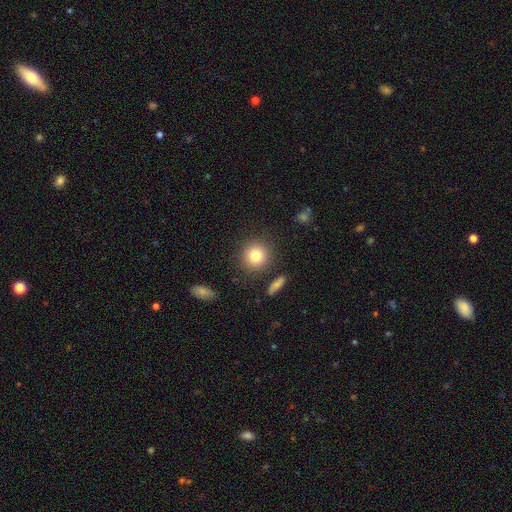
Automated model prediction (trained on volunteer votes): smooth-or-featured: smooth: 81% | star or artifact: 10% | featured or disk: 9%
  how-rounded: round: 90% | in between: 9% | cigar-shaped: 1%
  merging: none: 86% | minor disturbance: 8% | merger: 3% | major disturbance: 3%